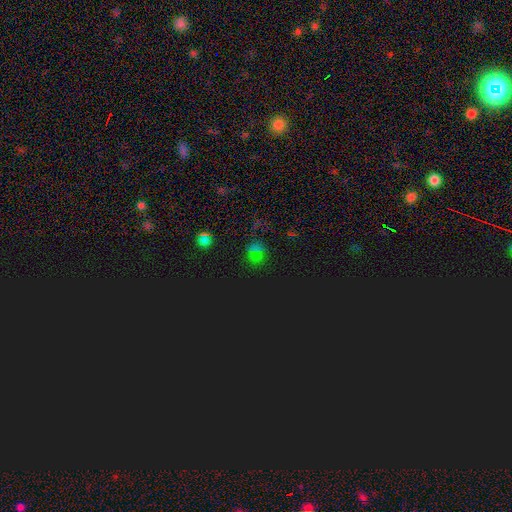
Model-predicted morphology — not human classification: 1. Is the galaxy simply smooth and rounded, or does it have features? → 64% star or artifact, 29% smooth, 7% featured or disk.